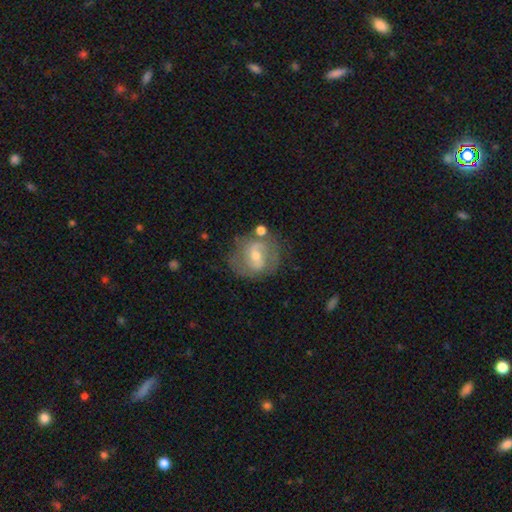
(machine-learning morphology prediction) Smooth or featured?
  - featured or disk: 67% *
  - smooth: 26%
  - star or artifact: 7%
Edge-on disk?
  - no: 96% *
  - yes: 4%
Bar?
  - weak: 48% *
  - no: 27%
  - strong: 26%
Spiral arms?
  - yes: 70% *
  - no: 30%
Bulge size?
  - moderate: 54% *
  - small: 41%
  - large: 3%
  - none: 1%
  - dominant: 1%
Merging?
  - none: 64% *
  - minor disturbance: 19%
  - major disturbance: 10%
  - merger: 7%